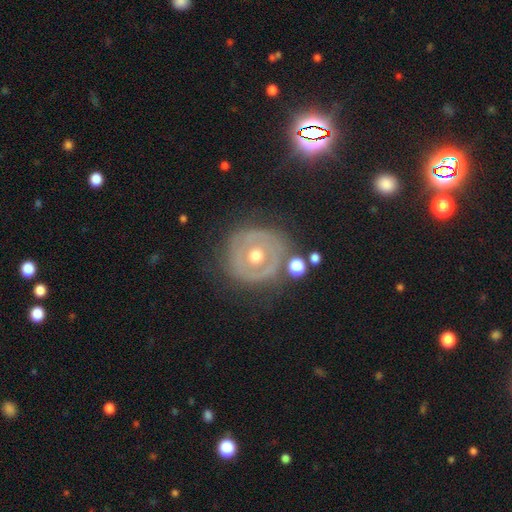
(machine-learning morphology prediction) Overall: featured or disk (67%). Edge-on disk: no (96%). Bar: no (86%). Spiral arms: no (65%; yes 35%). Bulge size: moderate (77%). Merging: none (72%).